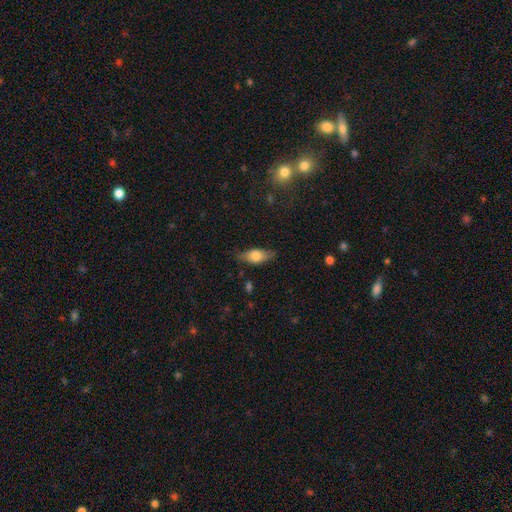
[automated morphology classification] Smooth or featured: smooth — 68% (featured or disk — 24%)
How rounded: in between — 80% (cigar-shaped — 16%)
Merging: none — 75% (minor disturbance — 19%)